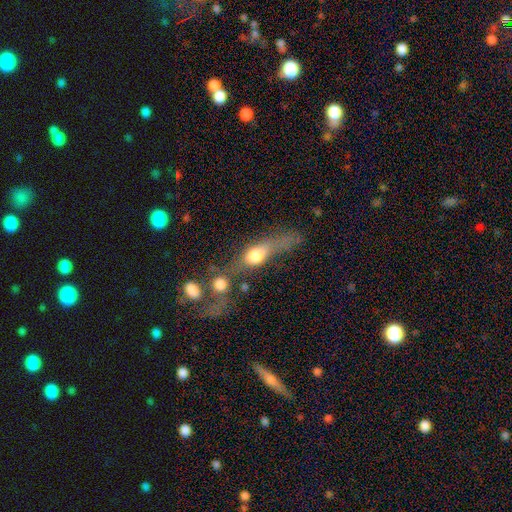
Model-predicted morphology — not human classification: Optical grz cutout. It shows a smooth galaxy with no disk features (52%) that is in between round and cigar-shaped (45%). Merging: merger (33%).